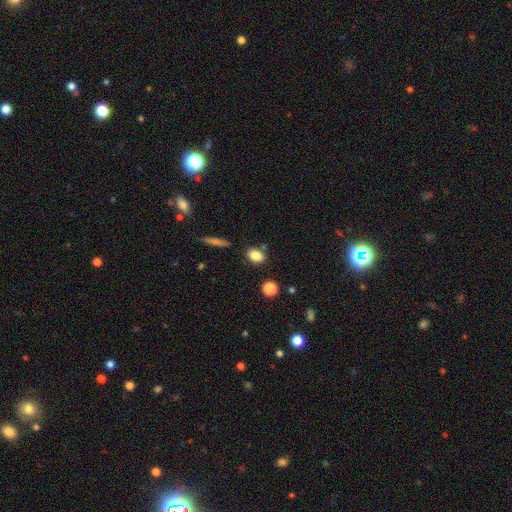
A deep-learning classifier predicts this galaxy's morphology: smooth-or-featured: smooth: 84% | star or artifact: 9% | featured or disk: 6%
  how-rounded: in between: 76% | round: 21% | cigar-shaped: 3%
  merging: none: 80% | minor disturbance: 12% | merger: 6% | major disturbance: 3%